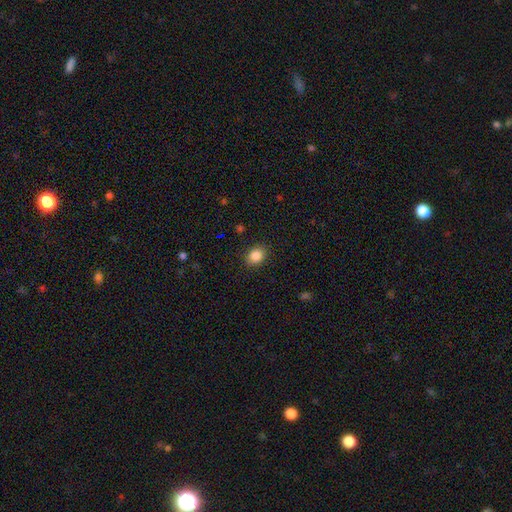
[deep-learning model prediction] This appears to be a smooth galaxy with no disk features (86%) that is in between round and cigar-shaped (50%). Merging: none (88%).